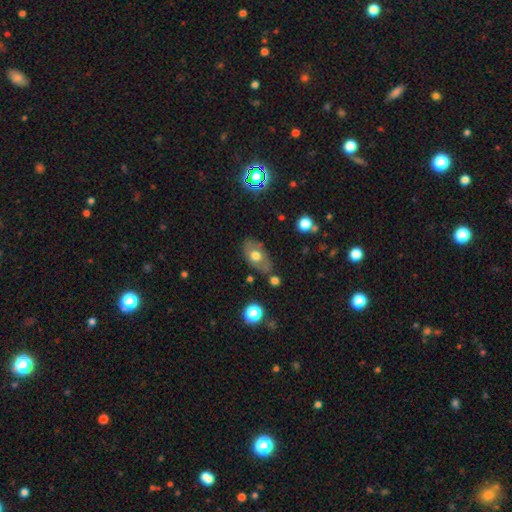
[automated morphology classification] smooth 58%, featured or disk 33%, star or artifact 9%. Down the decision tree: how rounded — in between (87%); merging — none (67%).